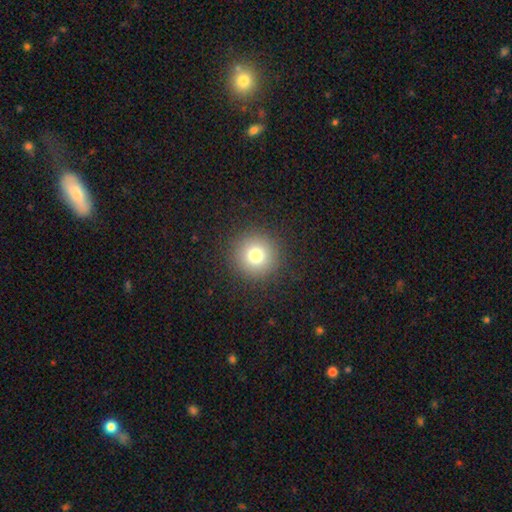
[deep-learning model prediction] A smooth galaxy with no disk features (78%) that is round (96%). Merging: none (92%).